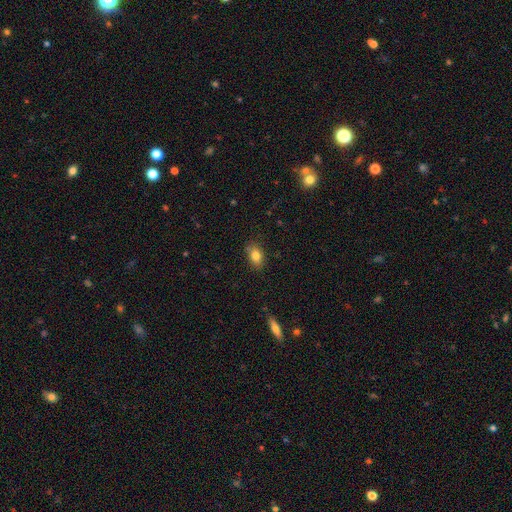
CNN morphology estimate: Smooth or featured?
  - smooth: 82% *
  - star or artifact: 9%
  - featured or disk: 9%
How rounded?
  - in between: 83% *
  - round: 15%
  - cigar-shaped: 2%
Merging?
  - none: 83% *
  - minor disturbance: 13%
  - major disturbance: 3%
  - merger: 1%